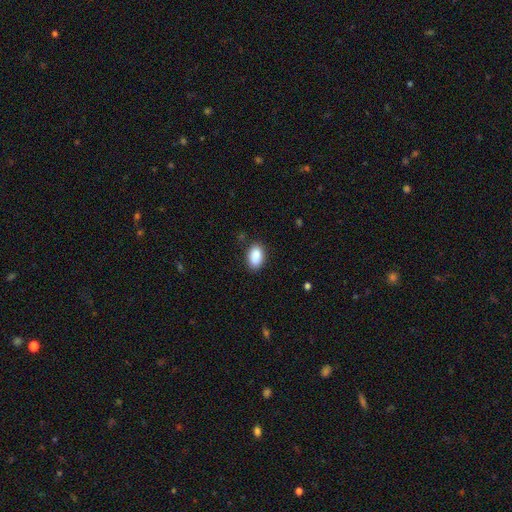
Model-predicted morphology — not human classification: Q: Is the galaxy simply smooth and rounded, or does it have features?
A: smooth — 89%.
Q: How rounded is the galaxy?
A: in between — 91%.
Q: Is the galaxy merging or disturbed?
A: none — 84%.